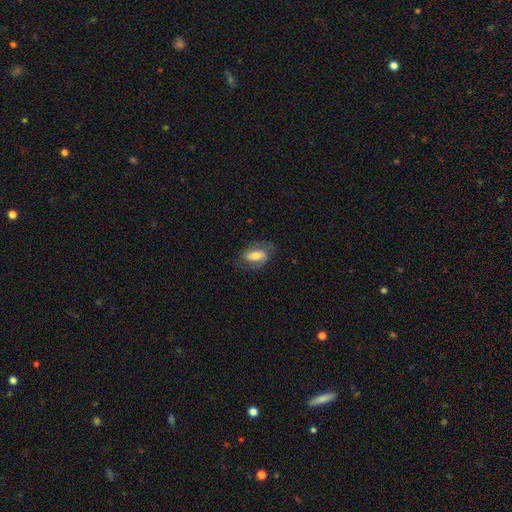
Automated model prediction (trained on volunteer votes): Smooth or featured? Predicted: featured or disk (p=0.48). Merging? Predicted: none (p=0.68).